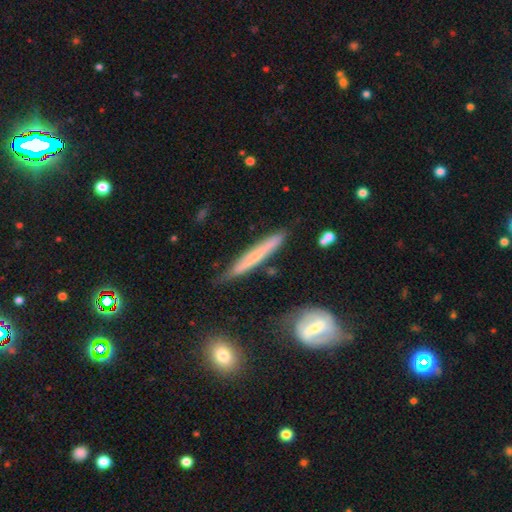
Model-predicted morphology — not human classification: Overall: featured or disk (48%; smooth 46%). Merging: none (80%).